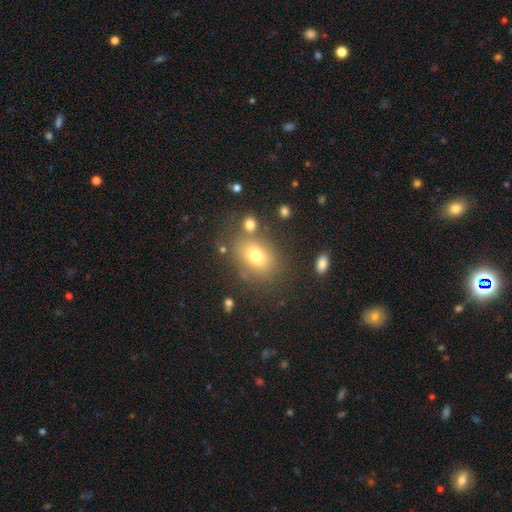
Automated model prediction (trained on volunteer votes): The model was most divided on "how rounded": in between: 70%, round: 28%, cigar-shaped: 1%. More confident: smooth or featured — smooth (72%); merging — none (71%).